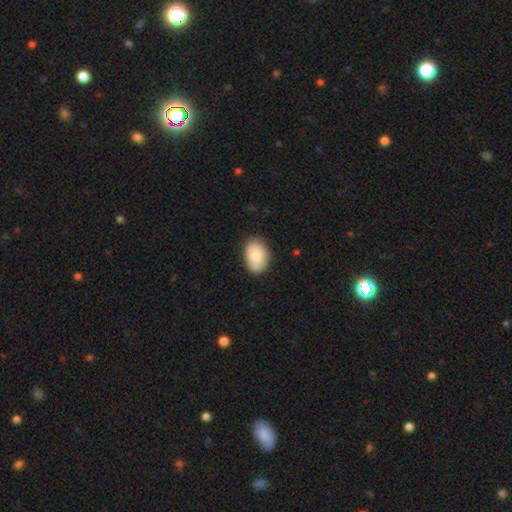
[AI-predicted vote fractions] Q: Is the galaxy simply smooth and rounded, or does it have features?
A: smooth — 77%.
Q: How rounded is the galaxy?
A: in between — 81%.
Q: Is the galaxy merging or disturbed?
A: none — 80%.